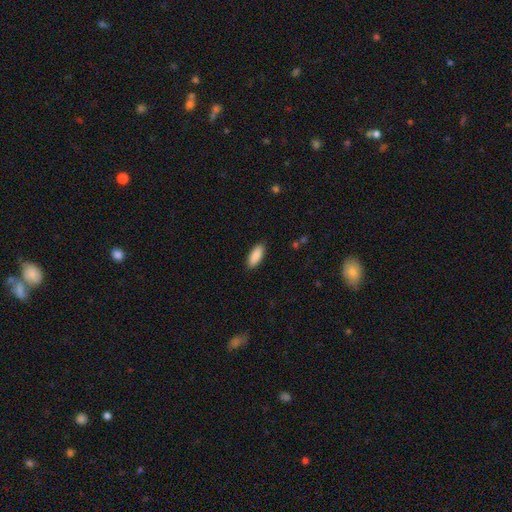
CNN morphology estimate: The model was most divided on "how rounded": in between: 83%, cigar-shaped: 16%, round: 2%. More confident: smooth or featured — smooth (89%); merging — none (89%).